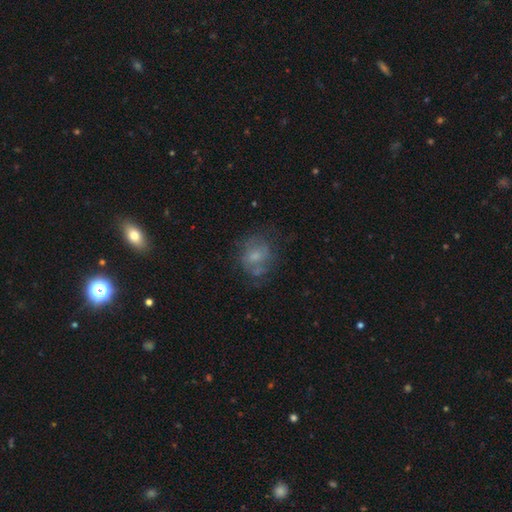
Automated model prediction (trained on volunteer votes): smooth_or_featured: smooth (p=0.49) [alt: featured or disk p=0.39]
merging: none (p=0.51) [alt: minor disturbance p=0.23]